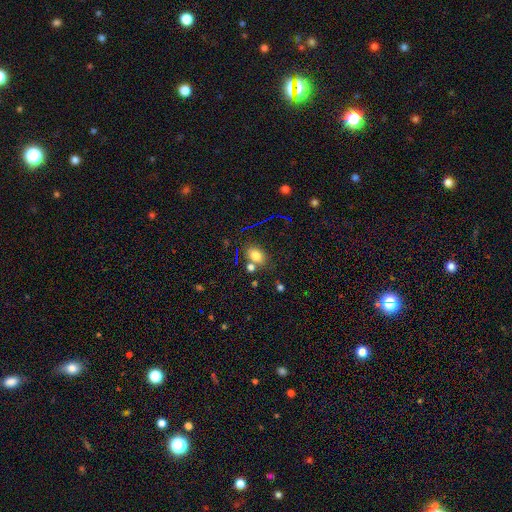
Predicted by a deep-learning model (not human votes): Smooth or featured? Predicted: smooth (p=0.76). How rounded? Predicted: in between (p=0.75). Merging? Predicted: none (p=0.65).